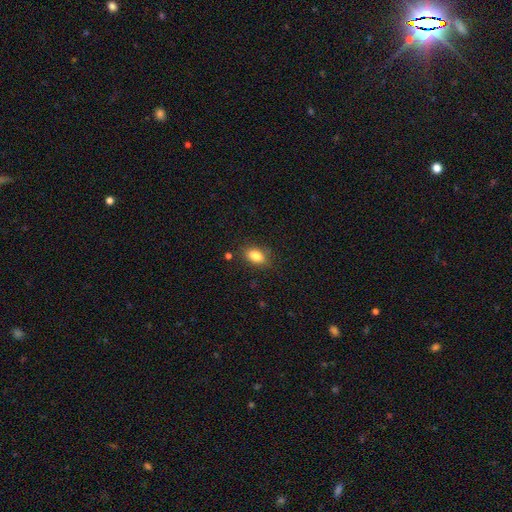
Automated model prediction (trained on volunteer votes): This is clearly a smooth galaxy (83%). How rounded: clearly in between (85%). Merging: clearly none (83%).